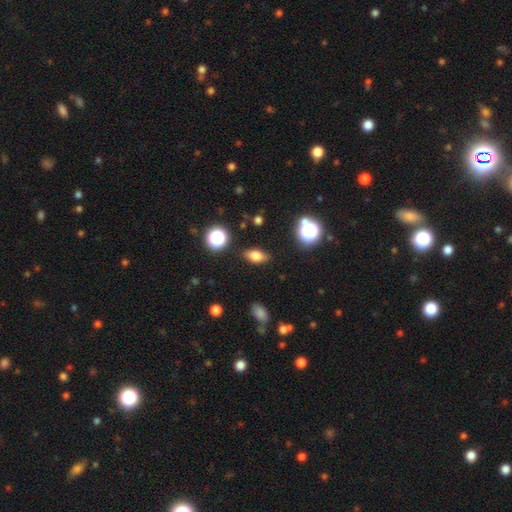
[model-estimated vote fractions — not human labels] This appears to be a smooth galaxy with no disk features (74%) that is in between round and cigar-shaped (79%). Merging: none (84%).